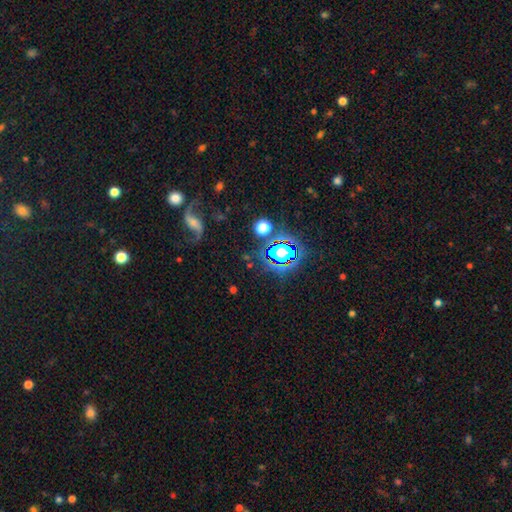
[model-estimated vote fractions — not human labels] This is likely a star or artifact rather than a galaxy (62%).